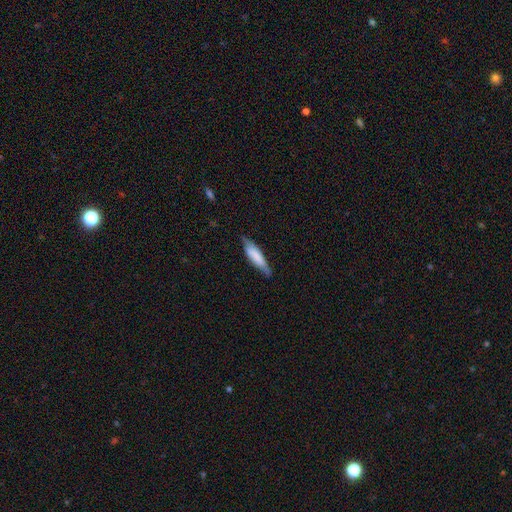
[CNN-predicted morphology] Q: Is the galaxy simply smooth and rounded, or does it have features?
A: smooth — 69%.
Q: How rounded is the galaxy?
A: cigar-shaped — 67%.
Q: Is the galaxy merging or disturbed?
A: none — 71%.